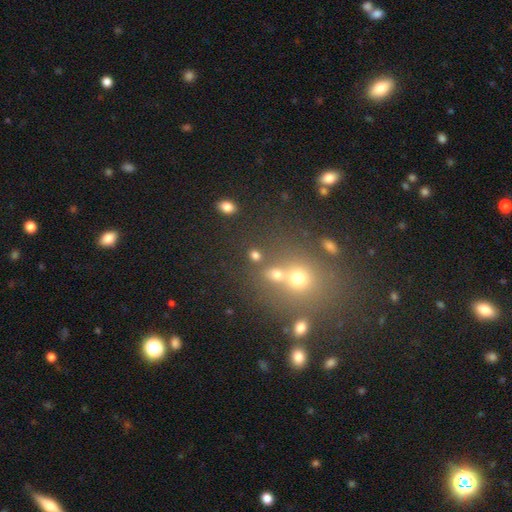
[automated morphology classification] A smooth galaxy with no disk features (64%) that is round (67%).

Vote fractions:
- Smooth or featured? smooth: 64% / star or artifact: 24% / featured or disk: 12%
- How rounded? round: 67% / in between: 31% / cigar-shaped: 2%
- Merging? none: 60% / merger: 26% / minor disturbance: 9% / major disturbance: 5%